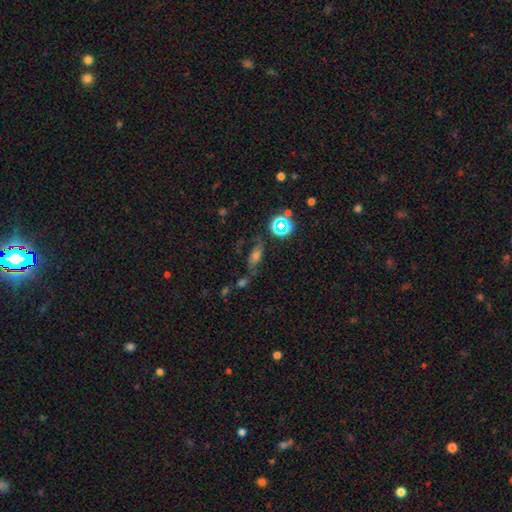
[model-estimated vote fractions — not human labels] Smooth or featured: smooth — 45% (star or artifact — 33%)
Merging: none — 55% (minor disturbance — 19%)